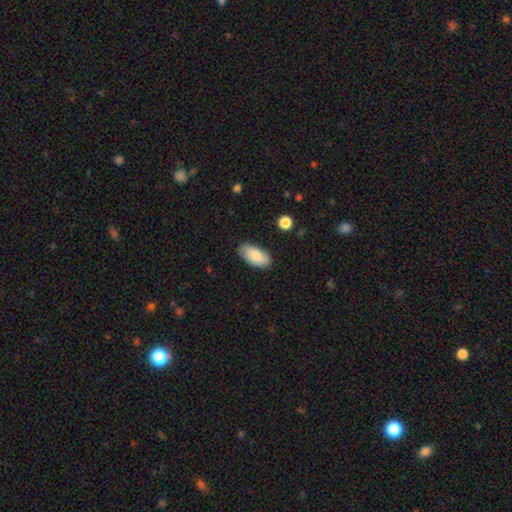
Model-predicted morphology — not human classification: Smooth or featured? Predicted: smooth (p=0.81). How rounded? Predicted: in between (p=0.94). Merging? Predicted: none (p=0.81).